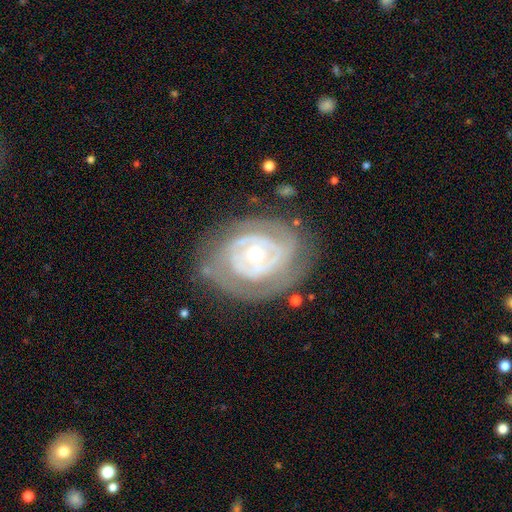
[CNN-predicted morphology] Smooth or featured?
  - featured or disk: 80% *
  - smooth: 15%
  - star or artifact: 5%
Edge-on disk?
  - no: 96% *
  - yes: 4%
Bar?
  - no: 73% *
  - weak: 18%
  - strong: 8%
Spiral arms?
  - yes: 71% *
  - no: 29%
Spiral winding?
  - tight: 72% *
  - medium: 20%
  - loose: 7%
Spiral arm count?
  - can't tell: 43% *
  - 2: 29%
  - 3: 13%
  - 1: 7%
  - 4: 5%
  - more than 4: 4%
Bulge size?
  - small: 55% *
  - moderate: 41%
  - large: 2%
  - dominant: 1%
  - none: 1%
Merging?
  - none: 67% *
  - minor disturbance: 20%
  - major disturbance: 12%
  - merger: 2%